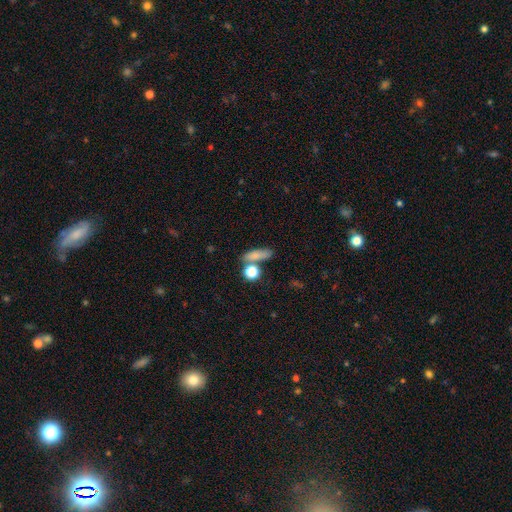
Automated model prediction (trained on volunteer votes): This is likely a smooth galaxy (75%). How rounded: marginally cigar-shaped (41%). Merging: likely none (60%).